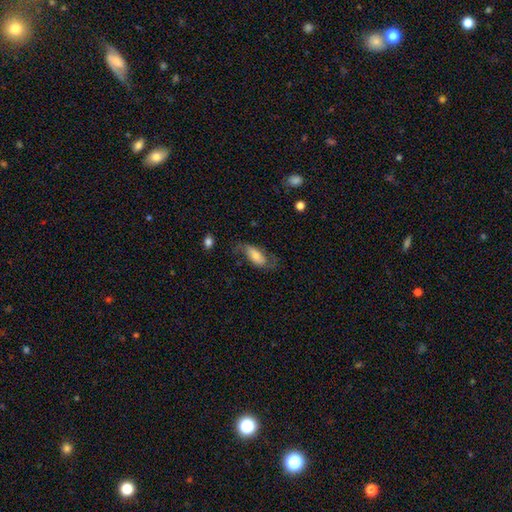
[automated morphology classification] type=featured or disk (48%); merging=none (56%).